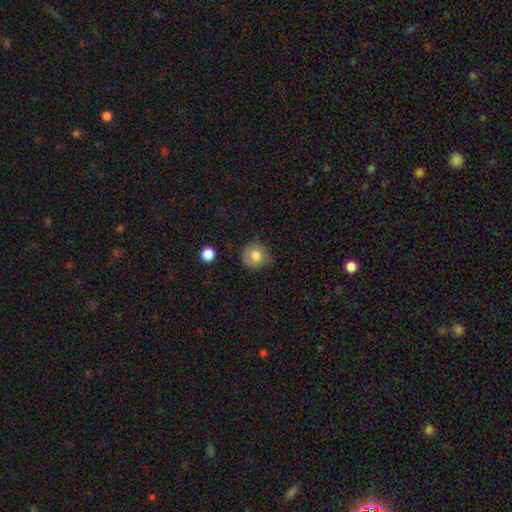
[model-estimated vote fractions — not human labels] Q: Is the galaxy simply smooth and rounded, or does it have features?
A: smooth — 78%.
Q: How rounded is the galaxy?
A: round — 89%.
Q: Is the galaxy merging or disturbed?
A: none — 75%.